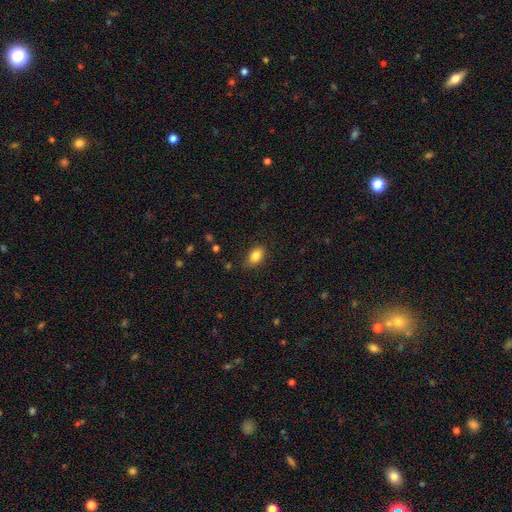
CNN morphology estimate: smooth_or_featured: smooth (p=0.85) [alt: star or artifact p=0.09]
how_rounded: in between (p=0.86) [alt: round p=0.12]
merging: none (p=0.81) [alt: minor disturbance p=0.14]